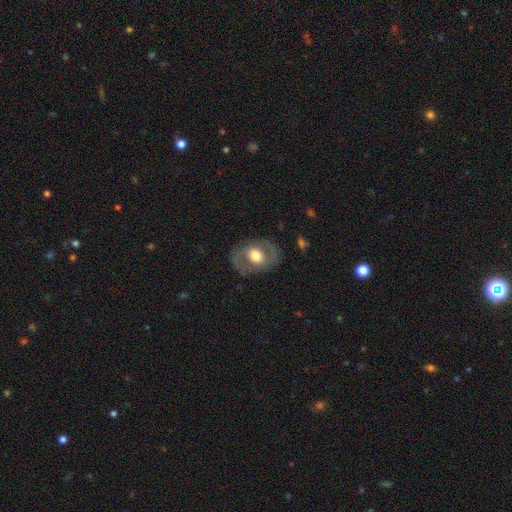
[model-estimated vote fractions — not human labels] Smooth or featured? featured or disk (58%)
Edge-on disk? no (94%)
Bar? no (69%)
Spiral arms? no (56%)
Bulge size? moderate (50%)
Merging? none (78%)